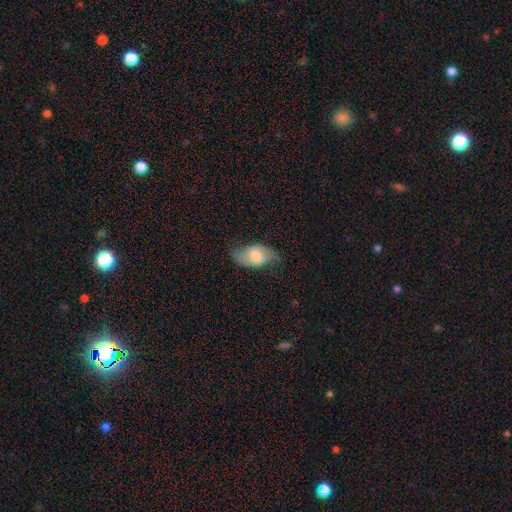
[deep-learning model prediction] A featured or disk galaxy (49%).

Vote fractions:
- Smooth or featured? featured or disk: 49% / smooth: 44% / star or artifact: 7%
- Merging? none: 62% / minor disturbance: 25% / major disturbance: 12% / merger: 1%